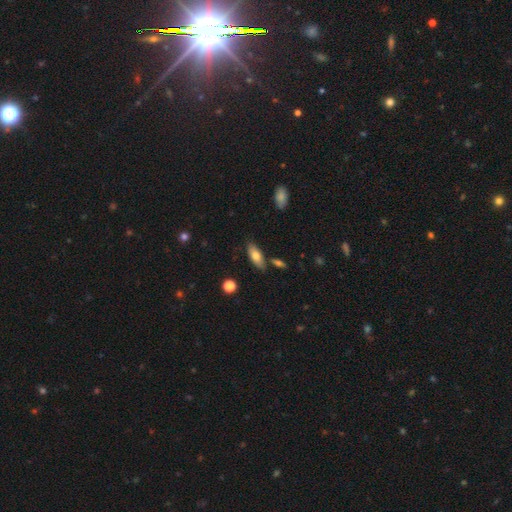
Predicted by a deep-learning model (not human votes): smooth 72%, featured or disk 21%, star or artifact 7%. Down the decision tree: how rounded — in between (75%); merging — none (76%).